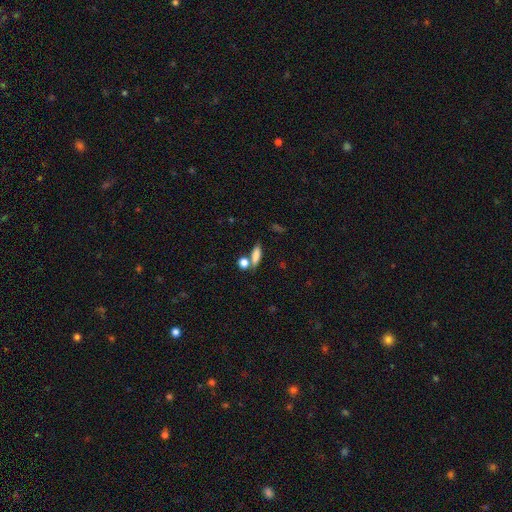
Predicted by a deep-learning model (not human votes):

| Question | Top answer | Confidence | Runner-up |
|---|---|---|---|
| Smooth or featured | smooth | 79% | featured or disk (11%) |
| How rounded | in between | 52% | cigar-shaped (38%) |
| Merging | none | 60% | merger (23%) |